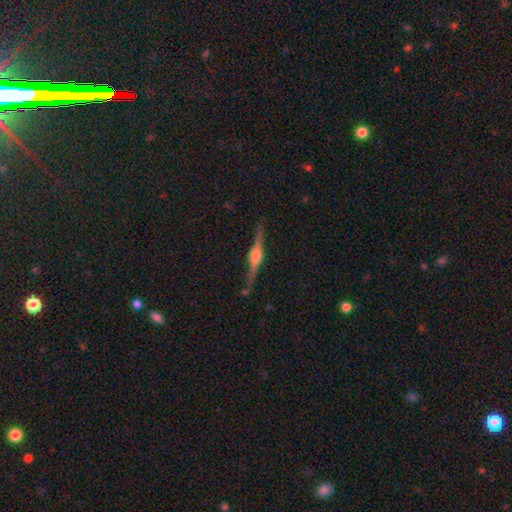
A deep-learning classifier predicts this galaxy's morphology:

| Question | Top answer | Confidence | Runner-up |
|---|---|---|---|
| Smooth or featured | featured or disk | 82% | smooth (11%) |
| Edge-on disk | yes | 98% | no (2%) |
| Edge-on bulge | rounded | 88% | boxy (10%) |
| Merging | none | 87% | minor disturbance (9%) |